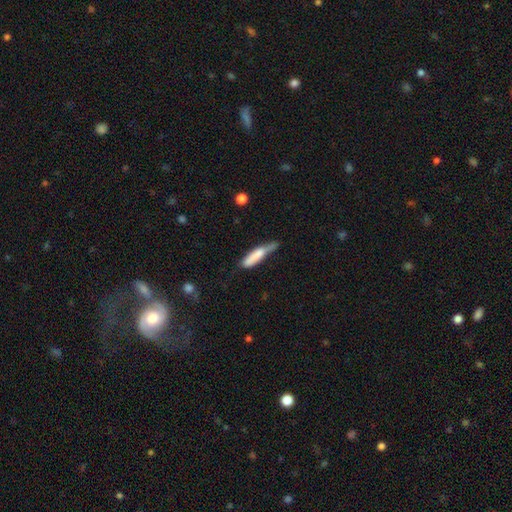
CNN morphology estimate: smooth 74%, featured or disk 20%, star or artifact 6%. Down the decision tree: how rounded — cigar-shaped (77%); merging — minor disturbance (41%).